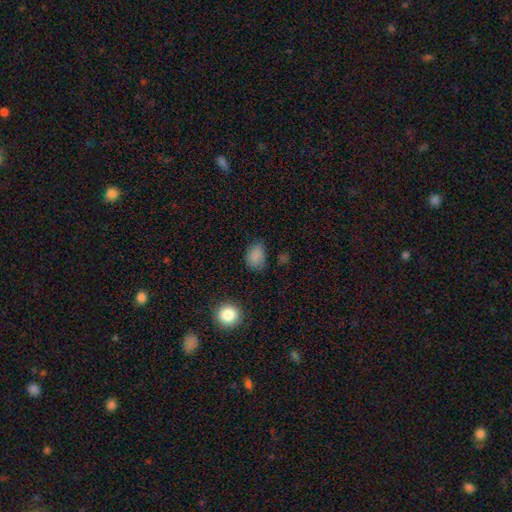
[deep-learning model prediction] Smooth or featured? Predicted: smooth (p=0.83). How rounded? Predicted: in between (p=0.72). Merging? Predicted: none (p=0.70).